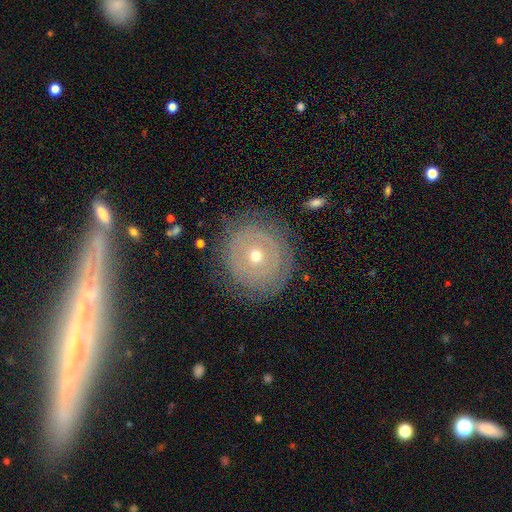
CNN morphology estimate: featured or disk 65%, smooth 26%, star or artifact 9%. Down the decision tree: edge-on disk — no (96%); bar — no (87%); spiral arms — yes (53%); bulge size — small (51%); merging — none (82%).